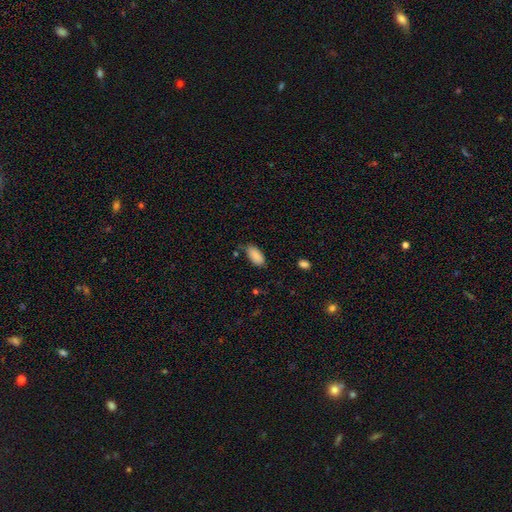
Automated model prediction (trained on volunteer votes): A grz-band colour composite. It shows a smooth galaxy with no disk features (89%) that is in between round and cigar-shaped (94%). Merging: none (72%).